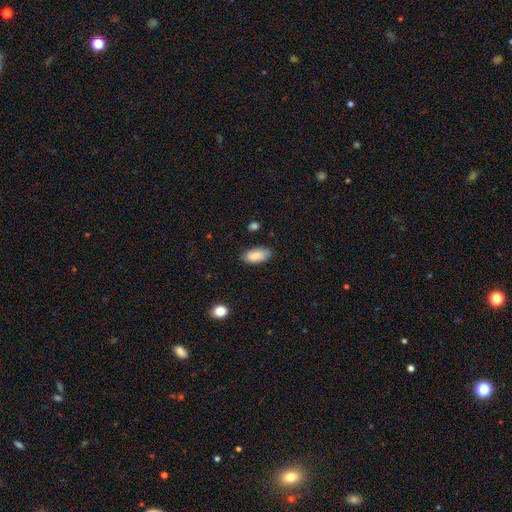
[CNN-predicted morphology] This appears to be a smooth galaxy with no disk features (82%) that is in between round and cigar-shaped (91%). Merging: none (81%).